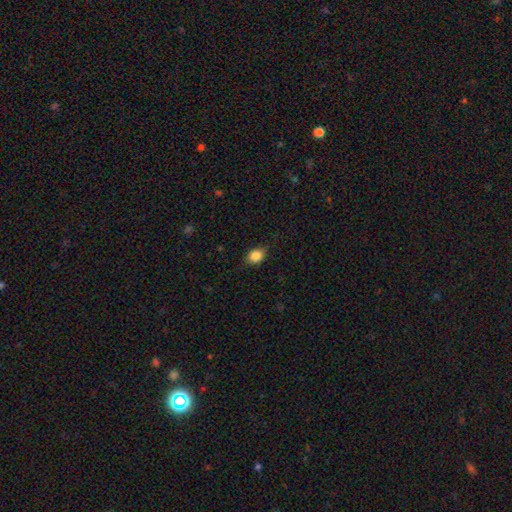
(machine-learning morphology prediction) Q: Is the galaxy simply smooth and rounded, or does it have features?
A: smooth — 86%.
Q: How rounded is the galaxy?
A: in between — 62%.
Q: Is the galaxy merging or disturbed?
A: none — 82%.